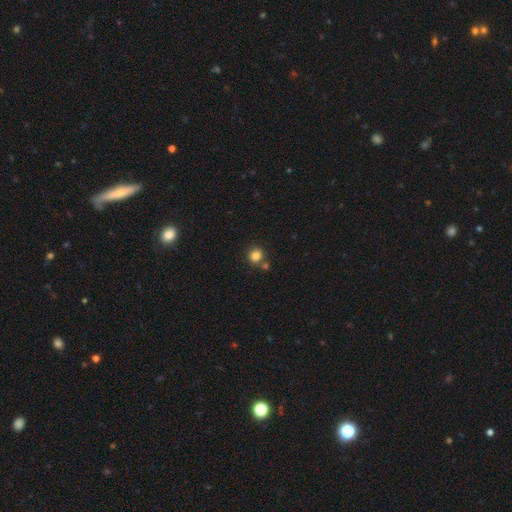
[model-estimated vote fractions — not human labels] Morphology: type=smooth (83%); roundness=round (85%); merging=none (70%).